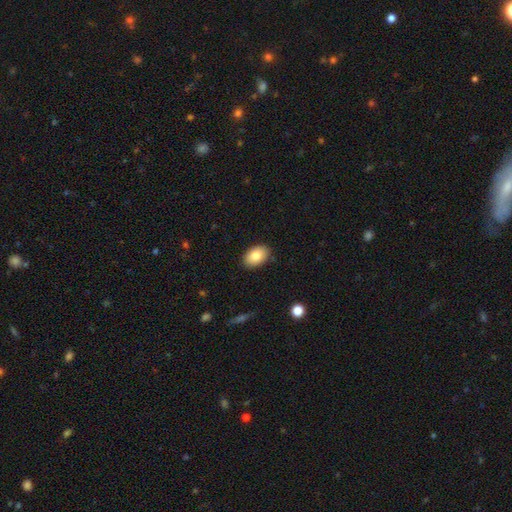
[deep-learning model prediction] Smooth or featured? smooth (83%)
How rounded? in between (89%)
Merging? none (88%)